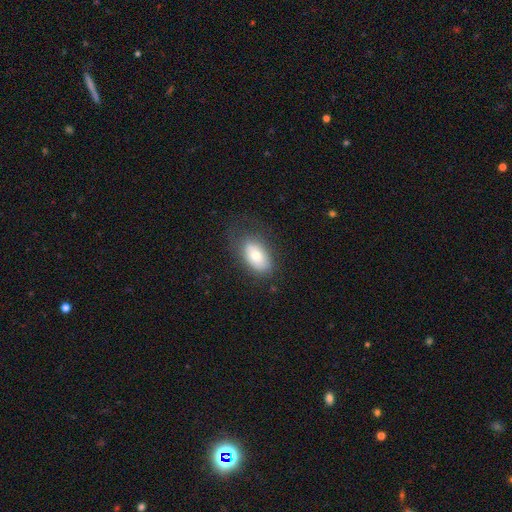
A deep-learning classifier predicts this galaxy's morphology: Smooth or featured: smooth — 71% (featured or disk — 22%)
How rounded: in between — 92% (round — 5%)
Merging: none — 65% (minor disturbance — 22%)